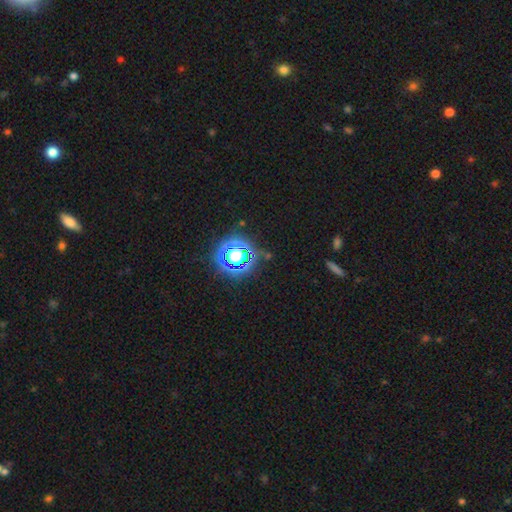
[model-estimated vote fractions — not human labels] Smooth or featured?
  - star or artifact: 77% *
  - smooth: 16%
  - featured or disk: 7%